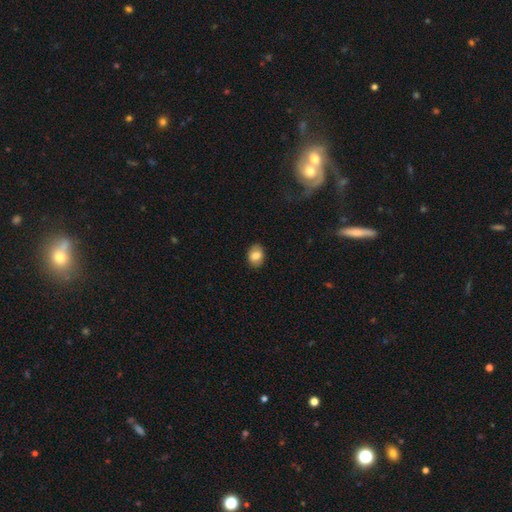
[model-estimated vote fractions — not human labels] Overall: smooth (81%). How rounded: in between (71%). Merging: none (87%).